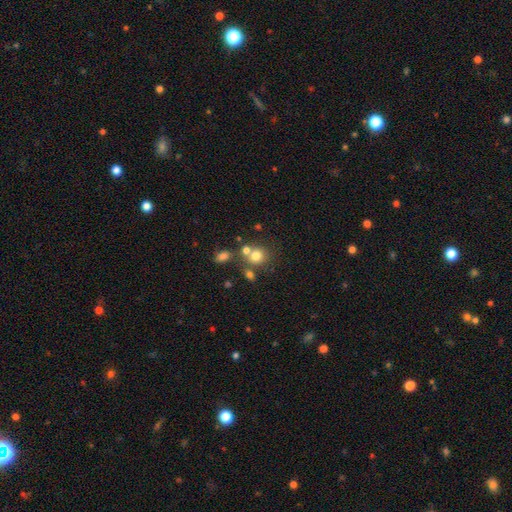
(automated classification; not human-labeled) This is likely a smooth galaxy (75%). How rounded: likely round (76%). Merging: possibly none (53%).